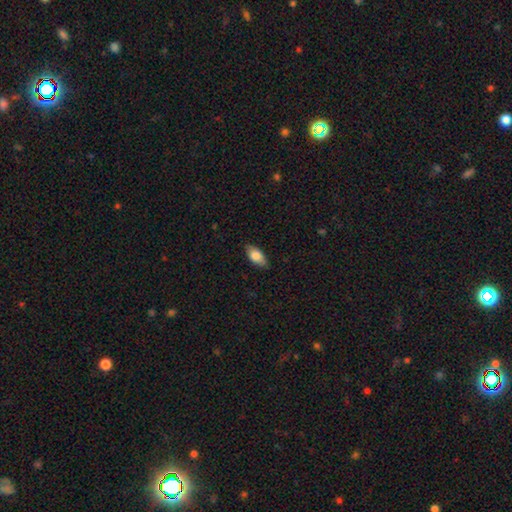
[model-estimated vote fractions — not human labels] smooth 78%, featured or disk 15%, star or artifact 7%. Down the decision tree: how rounded — in between (89%); merging — none (85%).